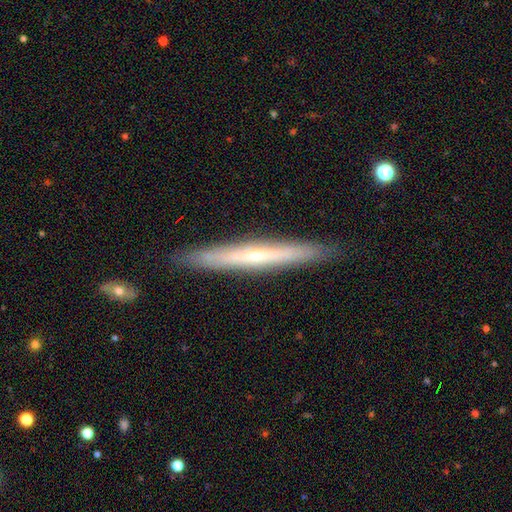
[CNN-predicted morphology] A featured or disk galaxy (59%) viewed edge-on (95%) with no central bulge (54%). Merging: none (90%).